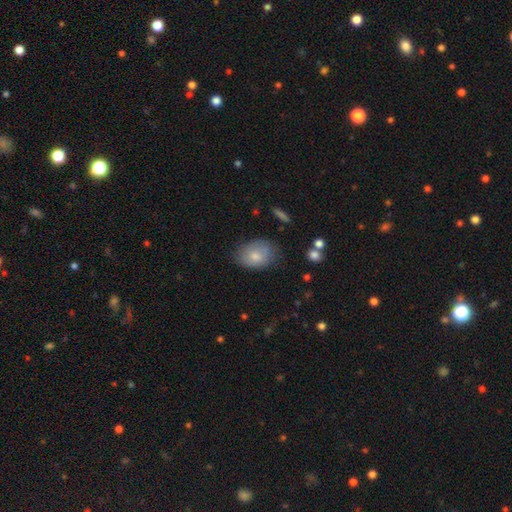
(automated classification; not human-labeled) Smooth or featured?
  - smooth: 73% *
  - featured or disk: 20%
  - star or artifact: 7%
How rounded?
  - in between: 79% *
  - round: 20%
  - cigar-shaped: 1%
Merging?
  - none: 66% *
  - minor disturbance: 25%
  - major disturbance: 7%
  - merger: 2%